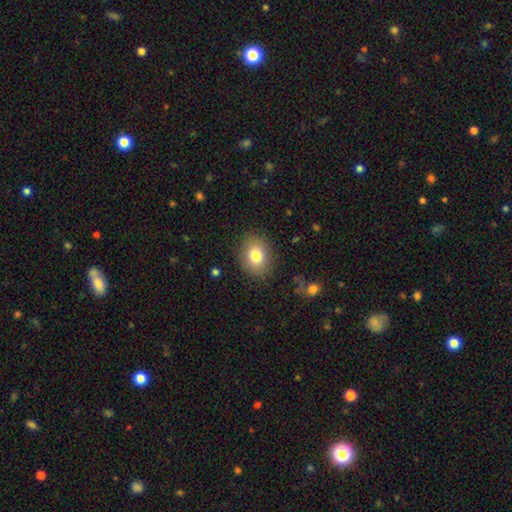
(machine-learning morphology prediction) smooth-or-featured: smooth: 80% | featured or disk: 11% | star or artifact: 9%
  how-rounded: in between: 57% | round: 42% | cigar-shaped: 1%
  merging: none: 86% | minor disturbance: 10% | major disturbance: 3% | merger: 1%